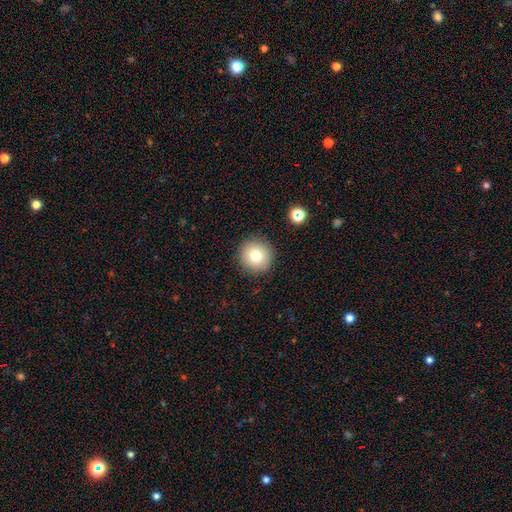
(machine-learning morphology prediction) Q: Smooth or featured?
A: smooth (76%); runner-up: featured or disk (12%)
Q: How rounded?
A: round (94%); runner-up: in between (5%)
Q: Merging?
A: none (90%); runner-up: minor disturbance (6%)